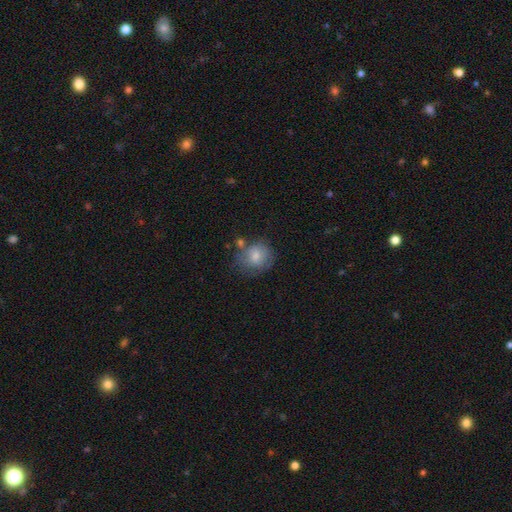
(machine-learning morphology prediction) A smooth galaxy with no disk features (74%) that is round (76%).

Vote fractions:
- Smooth or featured? smooth: 74% / featured or disk: 19% / star or artifact: 8%
- How rounded? round: 76% / in between: 23% / cigar-shaped: 1%
- Merging? none: 56% / minor disturbance: 24% / major disturbance: 10% / merger: 10%